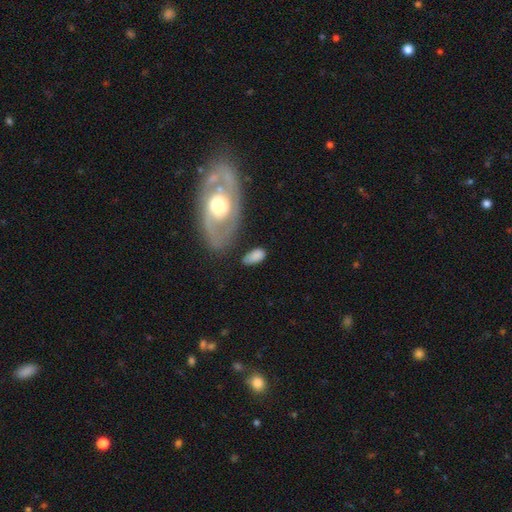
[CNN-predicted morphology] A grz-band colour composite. It shows a smooth galaxy with no disk features (77%) that is in between round and cigar-shaped (91%). Merging: none (63%).